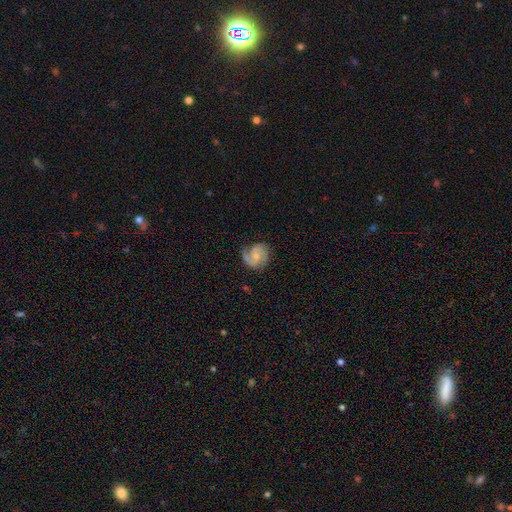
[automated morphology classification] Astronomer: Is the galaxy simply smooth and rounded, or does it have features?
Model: featured or disk — 82%.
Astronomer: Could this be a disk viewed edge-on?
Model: no — 98%.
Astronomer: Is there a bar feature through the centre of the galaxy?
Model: no — 66%.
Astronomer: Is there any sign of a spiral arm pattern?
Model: yes — 96%.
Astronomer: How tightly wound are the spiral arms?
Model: medium — 44% (runner-up: tight, 41%).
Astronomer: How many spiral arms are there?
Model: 2 — 68%.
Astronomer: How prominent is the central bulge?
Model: small — 56% (runner-up: moderate, 34%).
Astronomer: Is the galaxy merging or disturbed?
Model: none — 69%.